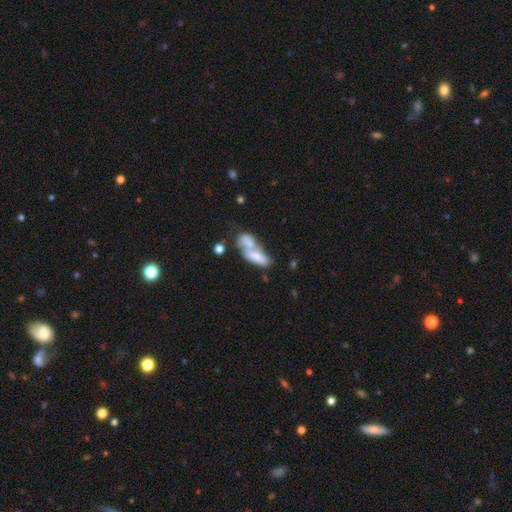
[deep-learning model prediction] A smooth galaxy with no disk features (68%) that is in between round and cigar-shaped (76%). Merging: merger (68%).